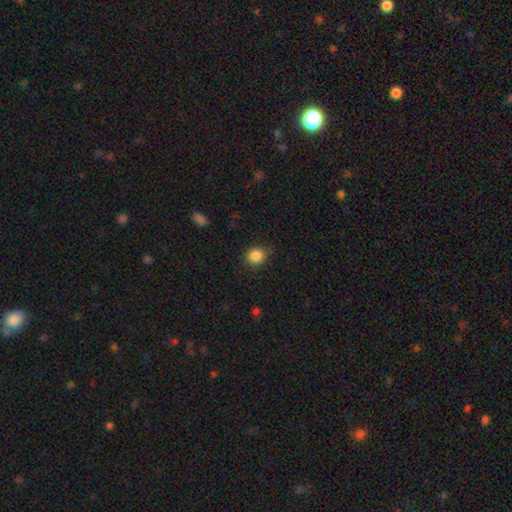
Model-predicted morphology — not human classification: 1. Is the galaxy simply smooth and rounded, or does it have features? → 87% smooth, 10% star or artifact, 4% featured or disk.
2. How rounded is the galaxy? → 77% round, 22% in between, 1% cigar-shaped.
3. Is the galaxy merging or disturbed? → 81% none, 15% minor disturbance, 4% major disturbance, 1% merger.